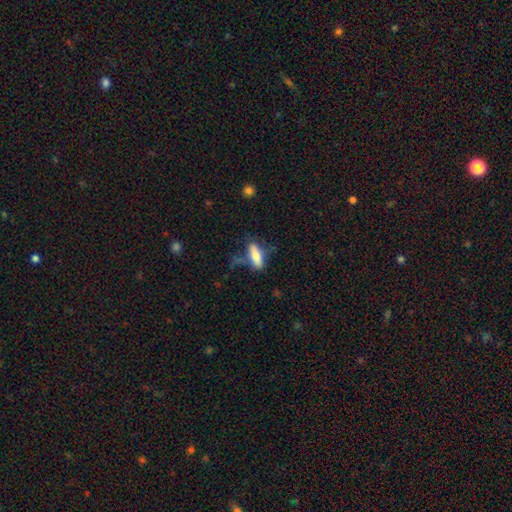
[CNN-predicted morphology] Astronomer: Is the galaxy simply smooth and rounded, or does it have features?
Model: smooth — 70%.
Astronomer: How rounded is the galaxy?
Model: in between — 61% (runner-up: cigar-shaped, 37%).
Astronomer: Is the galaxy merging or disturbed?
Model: none — 60%.